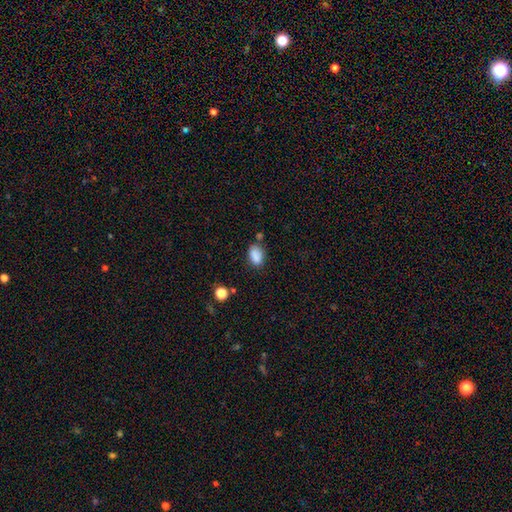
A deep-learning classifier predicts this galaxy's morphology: type=smooth (86%); roundness=in between (87%); merging=none (68%).